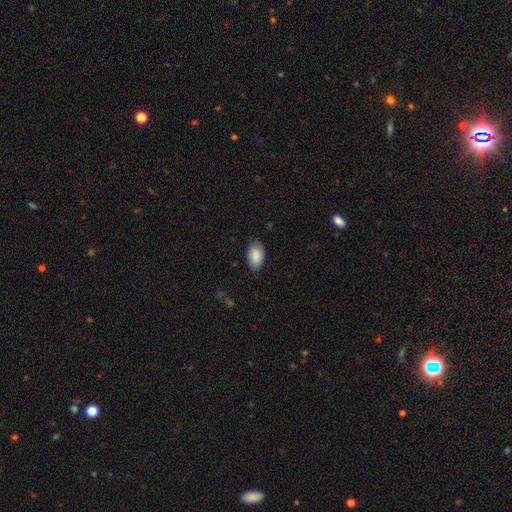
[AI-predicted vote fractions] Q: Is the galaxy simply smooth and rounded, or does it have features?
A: smooth — 88%.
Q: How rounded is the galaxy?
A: in between — 94%.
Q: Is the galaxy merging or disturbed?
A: none — 81%.